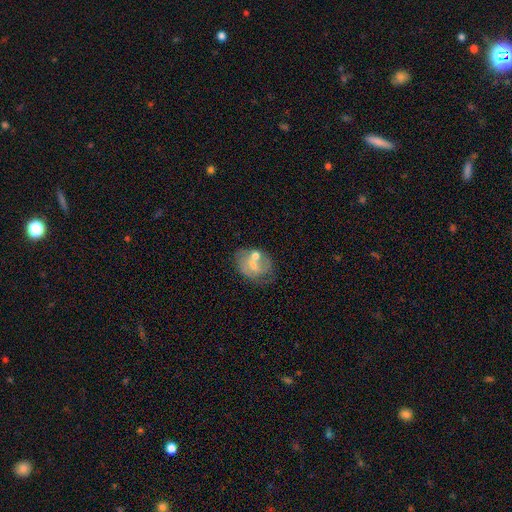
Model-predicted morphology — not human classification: Overall: featured or disk (56%; smooth 36%). Edge-on disk: no (97%). Bar: no (54%; weak 37%). Spiral arms: yes (55%; no 45%). Bulge size: small (42%, tied with moderate). Merging: none (39%; merger 23%).